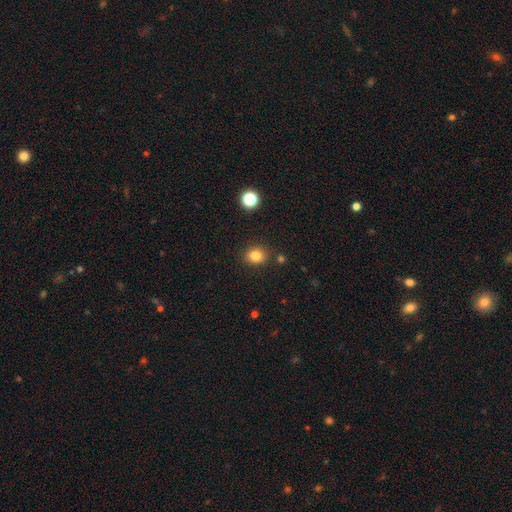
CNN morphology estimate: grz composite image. It shows a smooth galaxy with no disk features (81%) that is round (63%). Merging: none (85%).